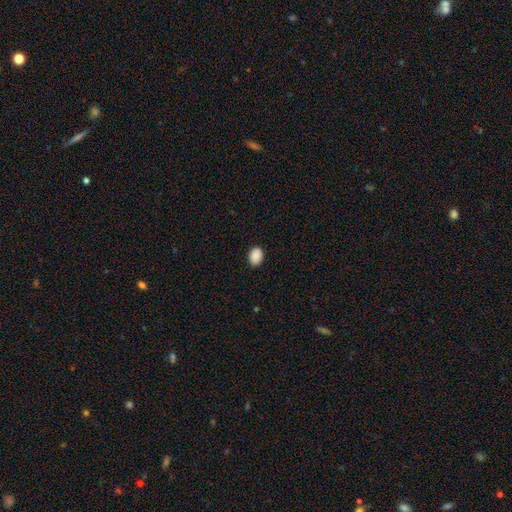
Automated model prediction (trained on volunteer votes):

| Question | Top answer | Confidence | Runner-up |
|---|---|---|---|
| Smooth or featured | smooth | 90% | star or artifact (7%) |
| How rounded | in between | 72% | round (27%) |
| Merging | none | 88% | minor disturbance (9%) |